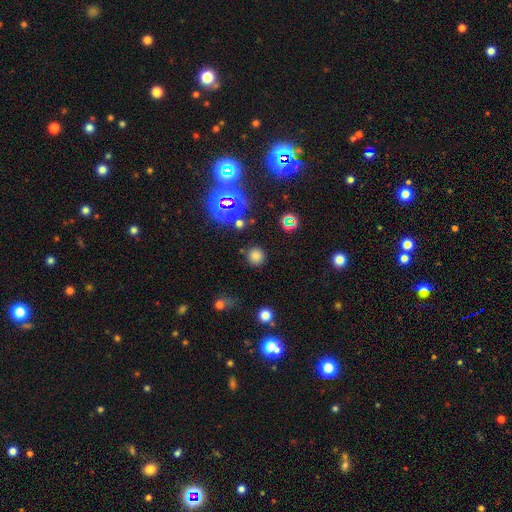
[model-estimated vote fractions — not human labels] Smooth or featured?
  - smooth: 71% *
  - star or artifact: 23%
  - featured or disk: 6%
How rounded?
  - round: 93% *
  - in between: 6%
  - cigar-shaped: 1%
Merging?
  - none: 85% *
  - minor disturbance: 8%
  - major disturbance: 4%
  - merger: 3%